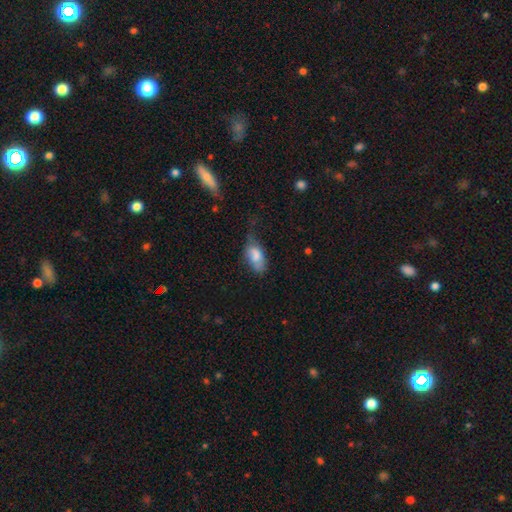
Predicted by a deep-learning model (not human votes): This is likely a smooth galaxy (72%). How rounded: clearly in between (91%). Merging: marginally none (37%).